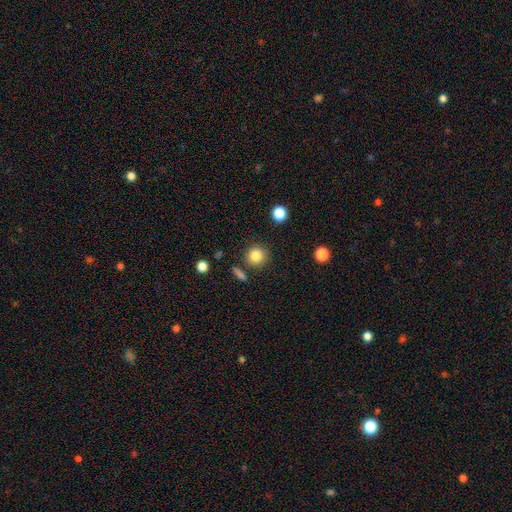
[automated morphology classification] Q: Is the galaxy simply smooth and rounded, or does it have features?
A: smooth — 84%.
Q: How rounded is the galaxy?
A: round — 93%.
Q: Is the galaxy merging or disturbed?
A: none — 86%.